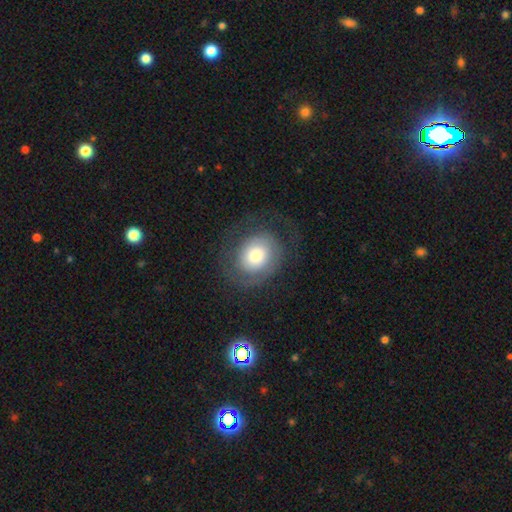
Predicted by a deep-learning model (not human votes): Overall: smooth (54%; featured or disk 37%). How rounded: round (66%; in between 33%). Merging: none (66%).